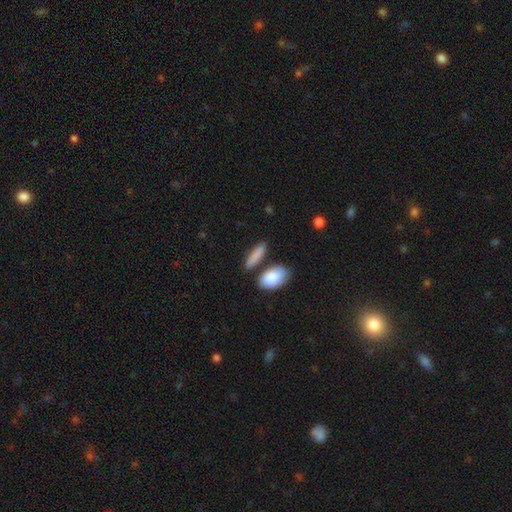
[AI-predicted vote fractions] smooth-or-featured: smooth: 84% | featured or disk: 10% | star or artifact: 6%
  how-rounded: cigar-shaped: 48% | in between: 47% | round: 5%
  merging: none: 72% | minor disturbance: 13% | merger: 12% | major disturbance: 4%